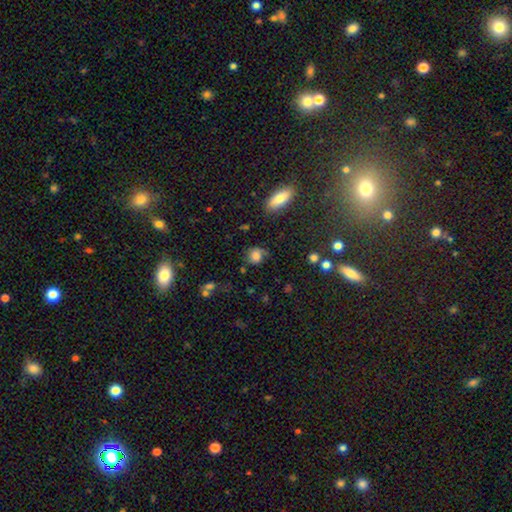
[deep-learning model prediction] Q: Smooth or featured?
A: smooth (73%); runner-up: featured or disk (16%)
Q: How rounded?
A: round (74%); runner-up: in between (25%)
Q: Merging?
A: none (62%); runner-up: minor disturbance (24%)